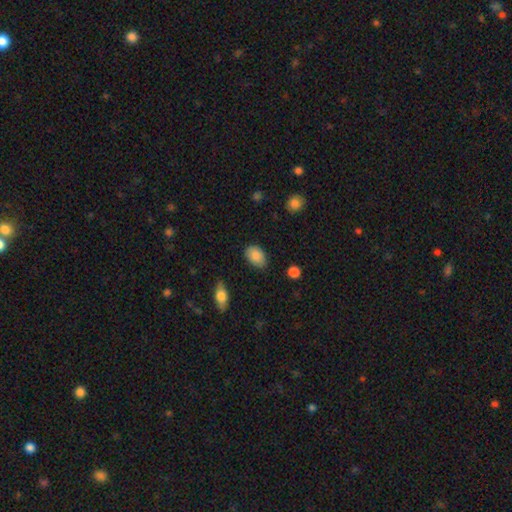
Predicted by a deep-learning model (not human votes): A smooth galaxy with no disk features (86%) that is in between round and cigar-shaped (87%).

Vote fractions:
- Smooth or featured? smooth: 86% / featured or disk: 7% / star or artifact: 7%
- How rounded? in between: 87% / round: 11% / cigar-shaped: 1%
- Merging? none: 80% / minor disturbance: 16% / major disturbance: 3% / merger: 2%